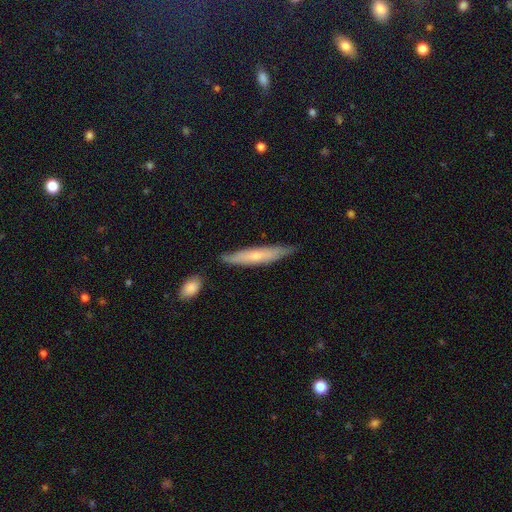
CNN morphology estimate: Q: Smooth or featured?
A: smooth (54%); runner-up: featured or disk (40%)
Q: How rounded?
A: cigar-shaped (89%); runner-up: in between (9%)
Q: Merging?
A: none (79%); runner-up: minor disturbance (15%)